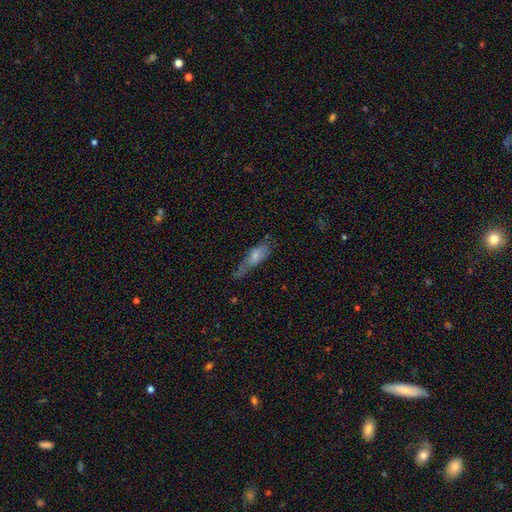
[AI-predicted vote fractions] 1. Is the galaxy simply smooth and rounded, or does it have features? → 67% smooth, 26% featured or disk, 7% star or artifact.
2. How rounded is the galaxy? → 52% in between, 45% cigar-shaped, 2% round.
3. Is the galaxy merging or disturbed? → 45% none, 33% minor disturbance, 17% major disturbance, 5% merger.